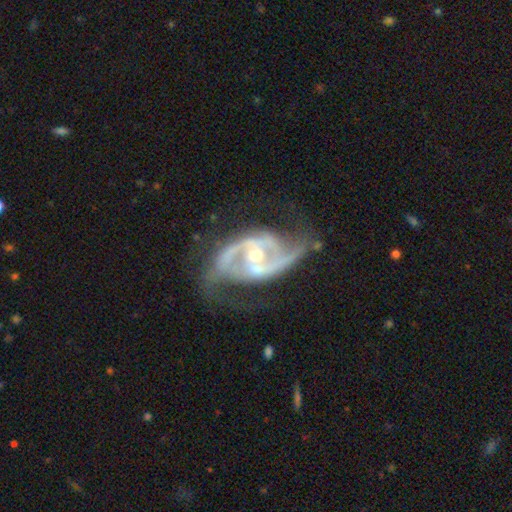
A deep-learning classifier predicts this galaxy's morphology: A featured or disk galaxy (90%) with no bar (41%), 2 (81%) medium (53%) spiral arms (96%) and a moderate central bulge (59%).

Vote fractions:
- Smooth or featured? featured or disk: 90% / star or artifact: 5% / smooth: 4%
- Edge-on disk? no: 96% / yes: 4%
- Bar? no: 41% / weak: 36% / strong: 23%
- Spiral arms? yes: 96% / no: 4%
- Spiral winding? medium: 53% / tight: 27% / loose: 20%
- Spiral arm count? 2: 81% / 3: 7% / can't tell: 6% / 1: 2% / 4: 2% / more than 4: 2%
- Bulge size? moderate: 59% / small: 37% / large: 3% / none: 1% / dominant: 1%
- Merging? none: 60% / minor disturbance: 22% / major disturbance: 16% / merger: 3%